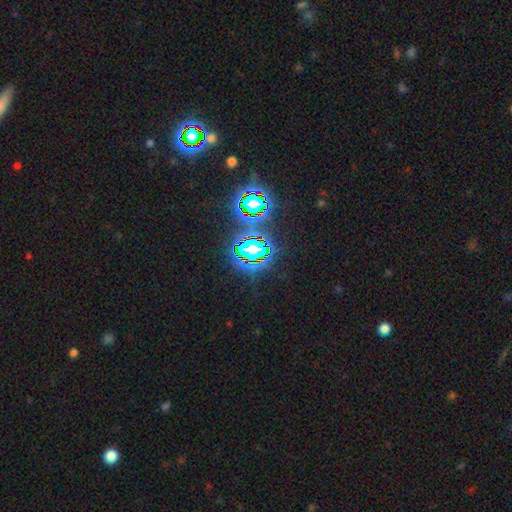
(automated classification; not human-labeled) Smooth or featured: star or artifact — 82% (smooth — 11%)